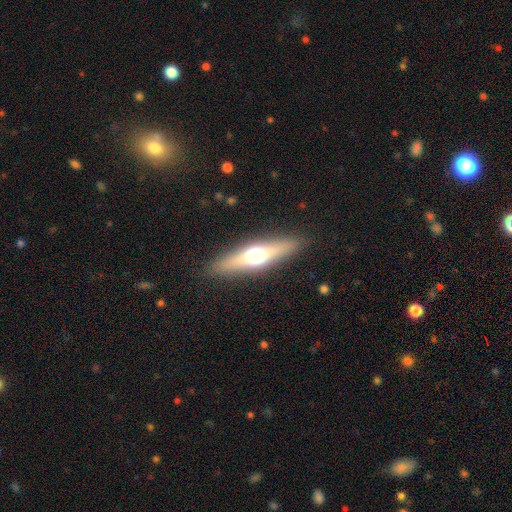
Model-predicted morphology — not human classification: Q: Smooth or featured?
A: featured or disk (52%); runner-up: smooth (40%)
Q: Edge-on disk?
A: yes (88%); runner-up: no (12%)
Q: Merging?
A: none (89%); runner-up: minor disturbance (8%)